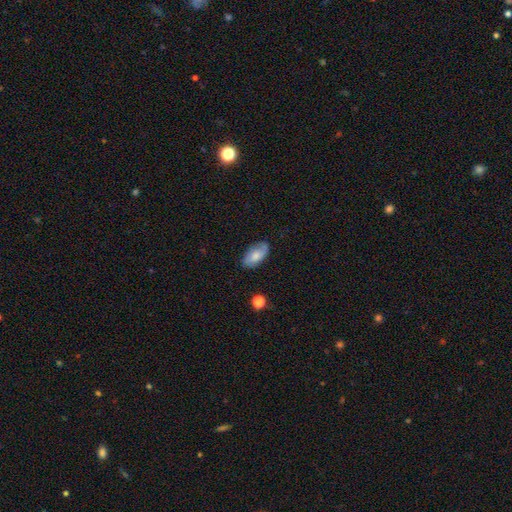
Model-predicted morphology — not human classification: Q: Smooth or featured?
A: smooth (64%); runner-up: featured or disk (29%)
Q: How rounded?
A: in between (93%); runner-up: round (4%)
Q: Merging?
A: none (76%); runner-up: minor disturbance (18%)